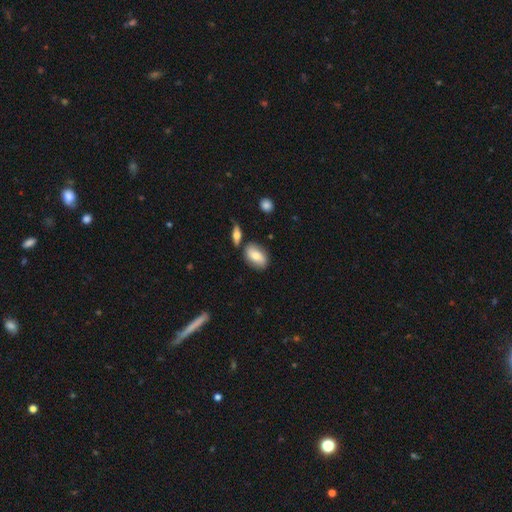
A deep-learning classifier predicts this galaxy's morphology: smooth 72%, featured or disk 21%, star or artifact 7%. Down the decision tree: how rounded — in between (85%); merging — none (75%).